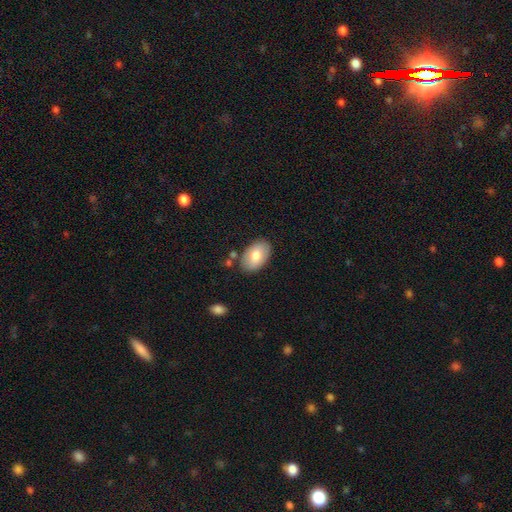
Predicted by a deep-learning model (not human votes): Smooth or featured? smooth (77%)
How rounded? in between (92%)
Merging? none (82%)